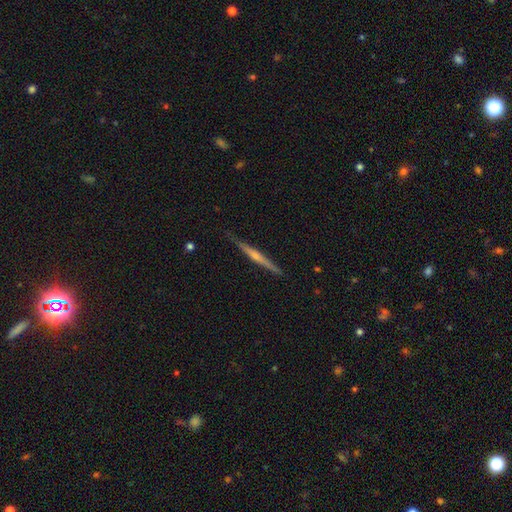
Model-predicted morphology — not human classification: Q: Smooth or featured?
A: featured or disk (67%); runner-up: smooth (28%)
Q: Edge-on disk?
A: yes (98%); runner-up: no (2%)
Q: Edge-on bulge?
A: rounded (57%); runner-up: none (33%)
Q: Merging?
A: none (87%); runner-up: minor disturbance (10%)